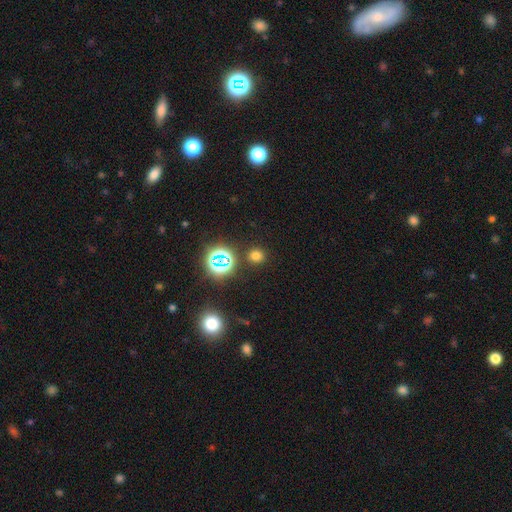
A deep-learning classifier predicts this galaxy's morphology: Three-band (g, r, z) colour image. It shows a smooth galaxy with no disk features (67%) that is round (88%). Merging: none (87%).